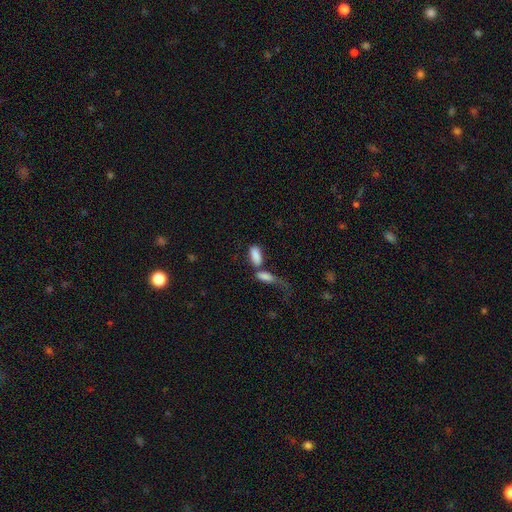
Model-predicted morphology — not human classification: smooth-or-featured: smooth: 83% | featured or disk: 9% | star or artifact: 8%
  how-rounded: in between: 85% | cigar-shaped: 11% | round: 3%
  merging: merger: 49% | none: 28% | major disturbance: 13% | minor disturbance: 11%